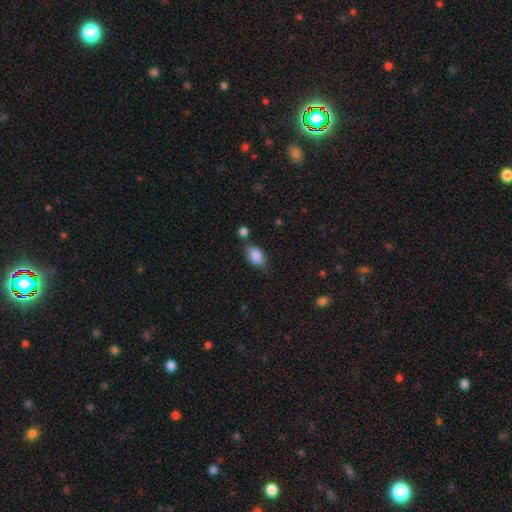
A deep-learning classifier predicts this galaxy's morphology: smooth 86%, star or artifact 7%, featured or disk 7%. Down the decision tree: how rounded — in between (88%); merging — none (64%).